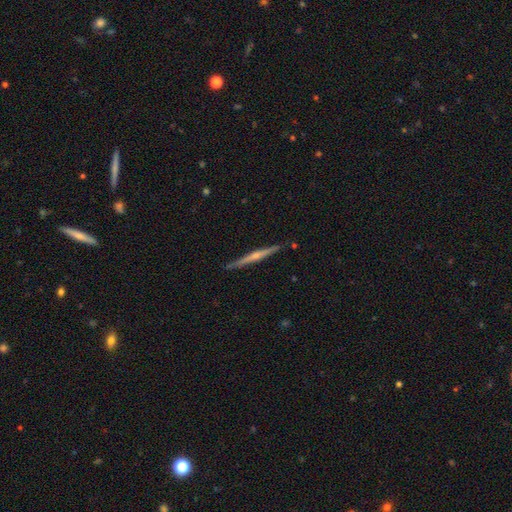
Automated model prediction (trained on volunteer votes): featured or disk 72%, smooth 23%, star or artifact 6%. Down the decision tree: edge-on disk — yes (98%); edge-on bulge — rounded (69%); merging — none (89%).